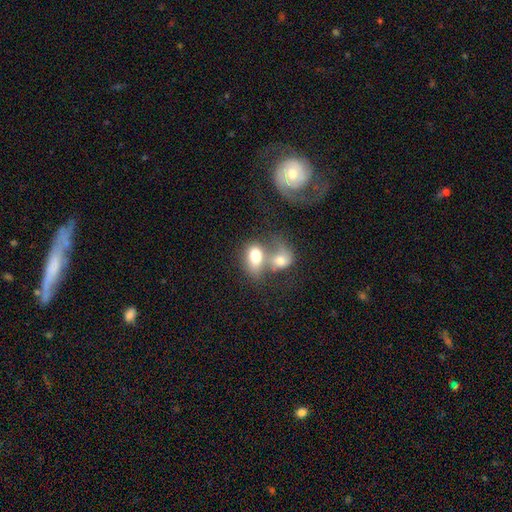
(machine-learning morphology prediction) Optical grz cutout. It shows a smooth galaxy with no disk features (72%) that is in between round and cigar-shaped (76%). Merging: merger (69%).